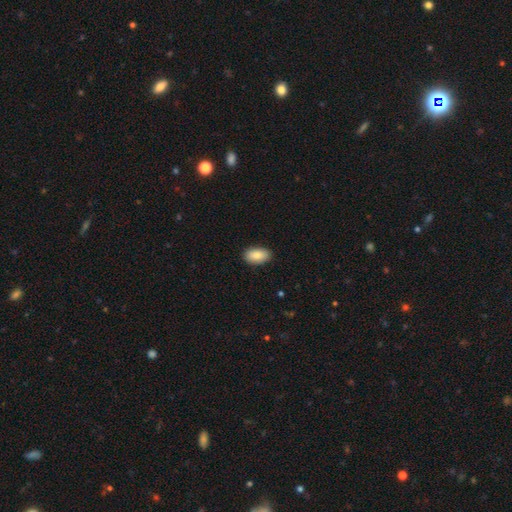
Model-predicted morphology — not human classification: A smooth galaxy with no disk features (88%) that is in between round and cigar-shaped (93%).

Vote fractions:
- Smooth or featured? smooth: 88% / star or artifact: 7% / featured or disk: 6%
- How rounded? in between: 93% / round: 5% / cigar-shaped: 2%
- Merging? none: 89% / minor disturbance: 8% / major disturbance: 2% / merger: 1%